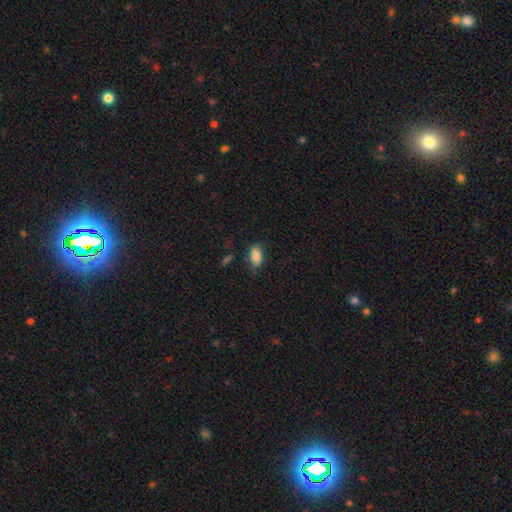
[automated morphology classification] Smooth or featured: smooth — 79% (featured or disk — 14%)
How rounded: in between — 89% (round — 6%)
Merging: none — 67% (minor disturbance — 23%)